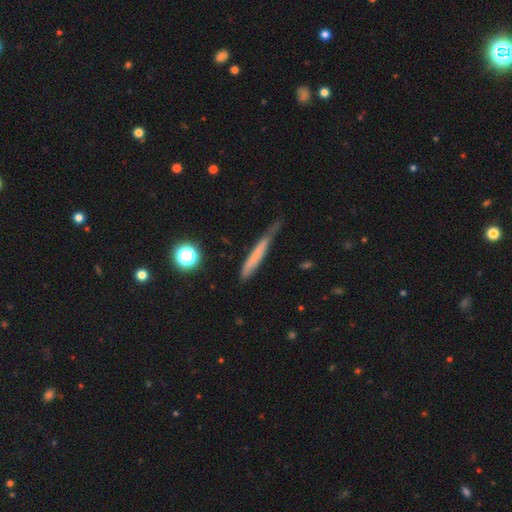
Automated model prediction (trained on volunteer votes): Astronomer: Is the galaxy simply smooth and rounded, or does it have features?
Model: smooth — 64%.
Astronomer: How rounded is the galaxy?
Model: cigar-shaped — 94%.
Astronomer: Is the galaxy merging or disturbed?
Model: none — 55% (runner-up: minor disturbance, 32%).